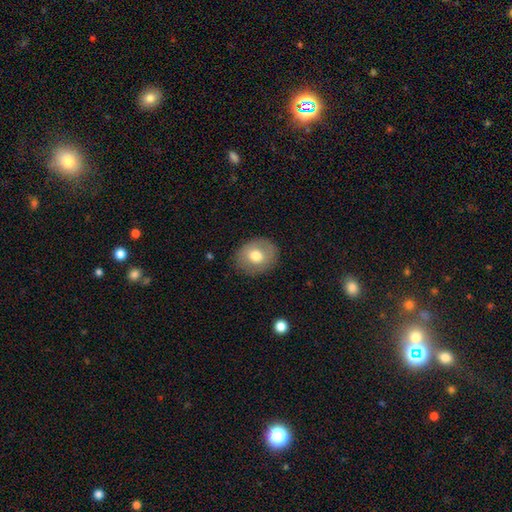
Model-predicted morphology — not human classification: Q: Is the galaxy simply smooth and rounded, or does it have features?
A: smooth — 71%.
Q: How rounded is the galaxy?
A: round — 62%.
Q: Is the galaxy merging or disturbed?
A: none — 84%.